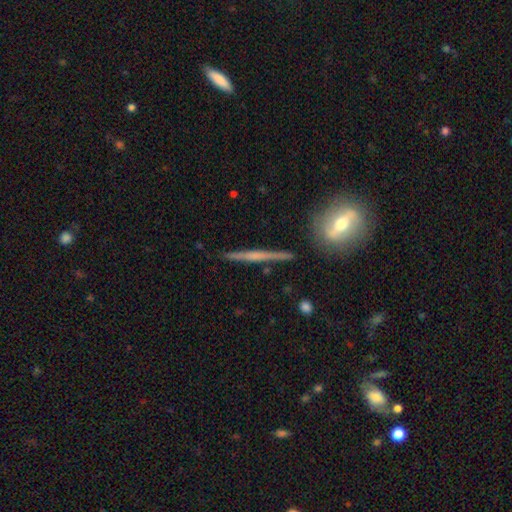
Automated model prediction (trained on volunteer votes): Q: Smooth or featured?
A: featured or disk (64%); runner-up: smooth (29%)
Q: Edge-on disk?
A: yes (97%); runner-up: no (3%)
Q: Edge-on bulge?
A: none (54%); runner-up: rounded (35%)
Q: Merging?
A: none (89%); runner-up: minor disturbance (7%)